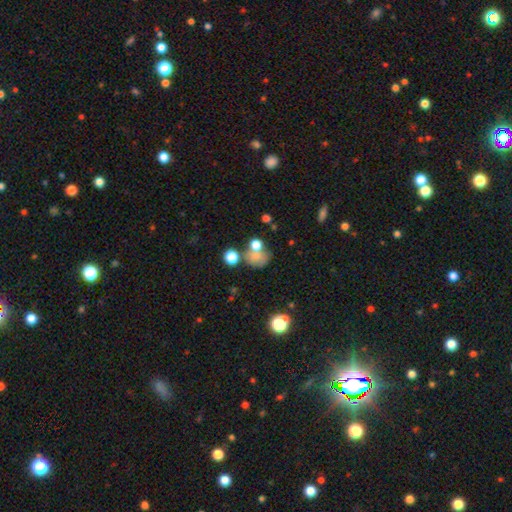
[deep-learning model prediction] smooth-or-featured: smooth: 68% | star or artifact: 17% | featured or disk: 15%
  how-rounded: round: 68% | in between: 31% | cigar-shaped: 1%
  merging: none: 41% | merger: 32% | minor disturbance: 16% | major disturbance: 12%